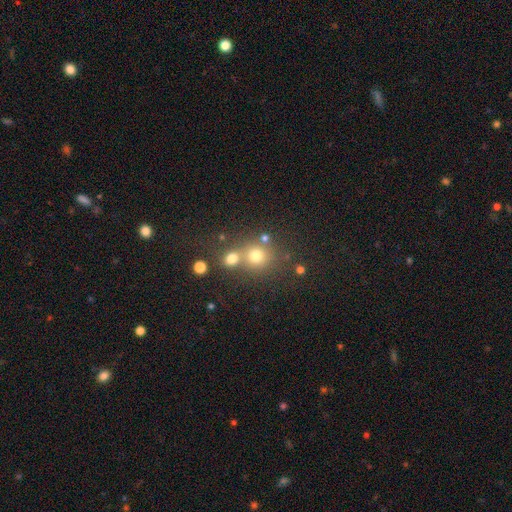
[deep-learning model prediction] Smooth or featured? Predicted: smooth (p=0.72). How rounded? Predicted: round (p=0.86). Merging? Predicted: none (p=0.53).